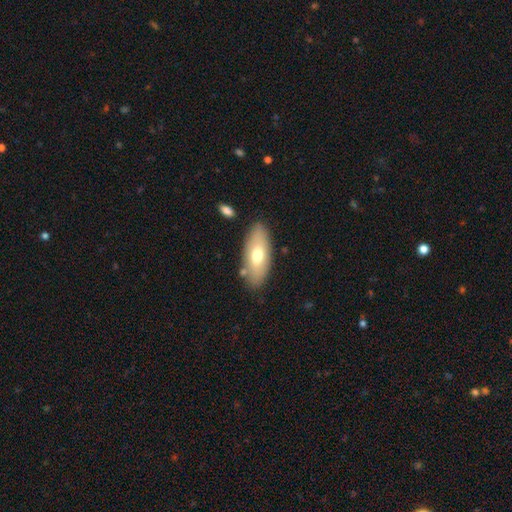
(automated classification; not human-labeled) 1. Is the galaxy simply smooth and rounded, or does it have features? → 50% smooth, 38% featured or disk, 12% star or artifact.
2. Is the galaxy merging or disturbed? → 85% none, 11% minor disturbance, 3% major disturbance, 2% merger.